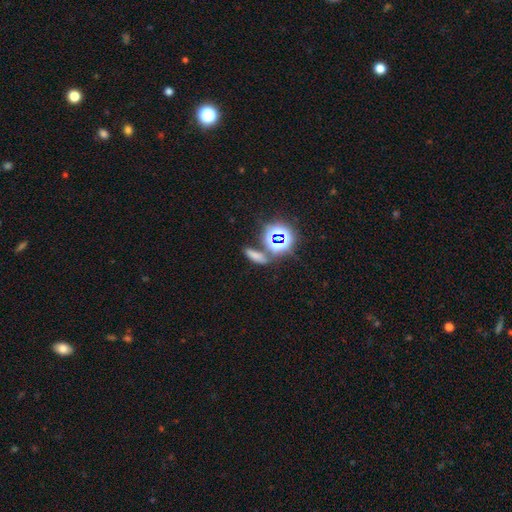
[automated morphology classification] smooth-or-featured: smooth: 57% | star or artifact: 33% | featured or disk: 10%
  how-rounded: in between: 46% | cigar-shaped: 40% | round: 14%
  merging: none: 64% | merger: 17% | minor disturbance: 12% | major disturbance: 6%